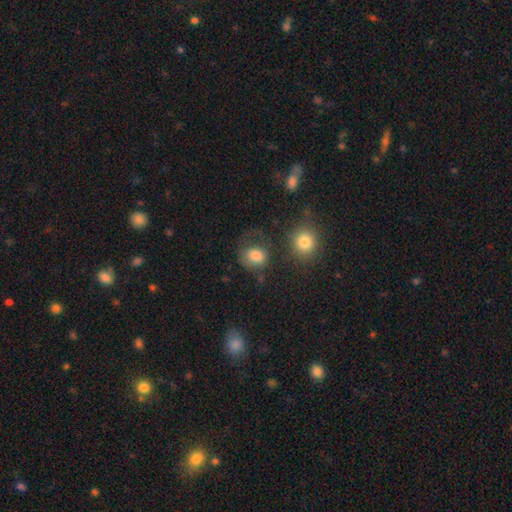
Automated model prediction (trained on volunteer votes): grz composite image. It shows a smooth galaxy with no disk features (79%) that is round (65%). Merging: none (45%).